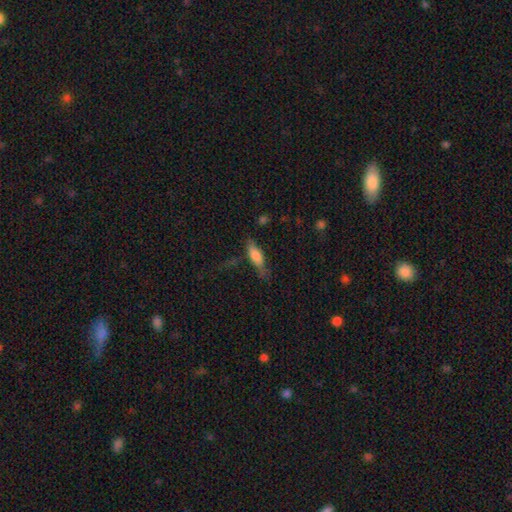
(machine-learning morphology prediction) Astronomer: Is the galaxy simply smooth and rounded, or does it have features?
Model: smooth — 71%.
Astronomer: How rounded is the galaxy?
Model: in between — 56% (runner-up: cigar-shaped, 42%).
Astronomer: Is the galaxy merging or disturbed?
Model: none — 55%.